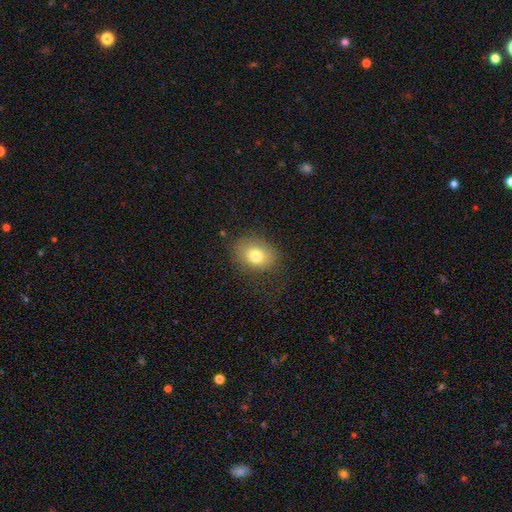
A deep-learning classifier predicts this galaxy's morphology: Smooth or featured?
  - smooth: 78% *
  - featured or disk: 12%
  - star or artifact: 10%
How rounded?
  - in between: 60% *
  - round: 39%
  - cigar-shaped: 1%
Merging?
  - none: 74% *
  - minor disturbance: 17%
  - major disturbance: 8%
  - merger: 1%